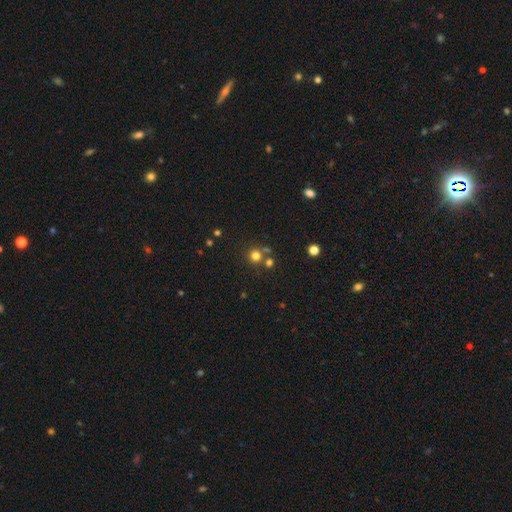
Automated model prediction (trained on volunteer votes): Smooth or featured?
  - smooth: 75% *
  - star or artifact: 18%
  - featured or disk: 7%
How rounded?
  - round: 92% *
  - in between: 7%
  - cigar-shaped: 1%
Merging?
  - none: 70% *
  - merger: 19%
  - minor disturbance: 7%
  - major disturbance: 3%